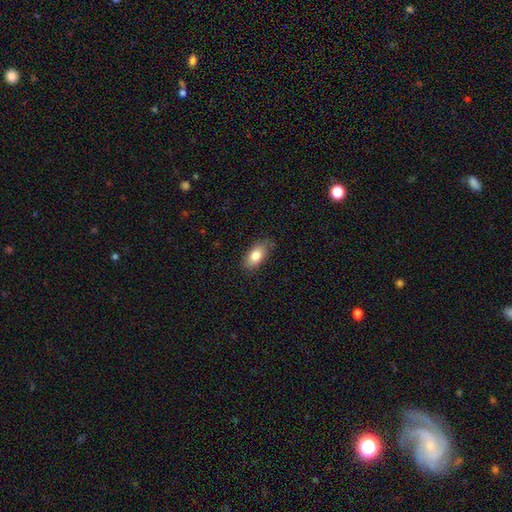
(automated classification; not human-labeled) The model was most divided on "merging": none: 82%, minor disturbance: 15%, major disturbance: 3%, merger: 1%. More confident: how rounded — in between (90%); smooth or featured — smooth (82%).